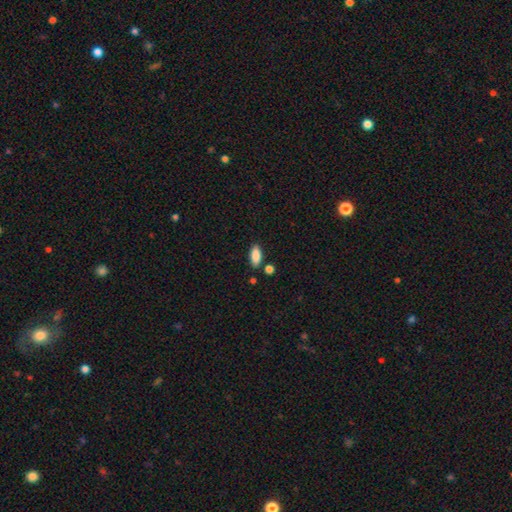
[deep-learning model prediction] smooth_or_featured: smooth (p=0.87) [alt: star or artifact p=0.07]
how_rounded: in between (p=0.86) [alt: cigar-shaped p=0.12]
merging: none (p=0.81) [alt: minor disturbance p=0.11]